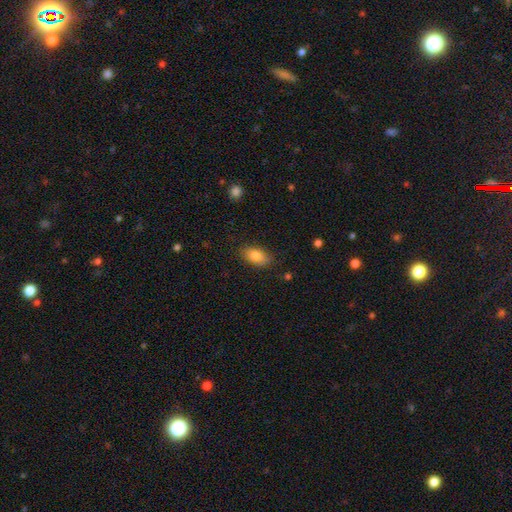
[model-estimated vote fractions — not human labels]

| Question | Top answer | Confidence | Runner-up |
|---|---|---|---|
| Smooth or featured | smooth | 85% | featured or disk (8%) |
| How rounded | in between | 90% | round (7%) |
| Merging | none | 82% | minor disturbance (14%) |